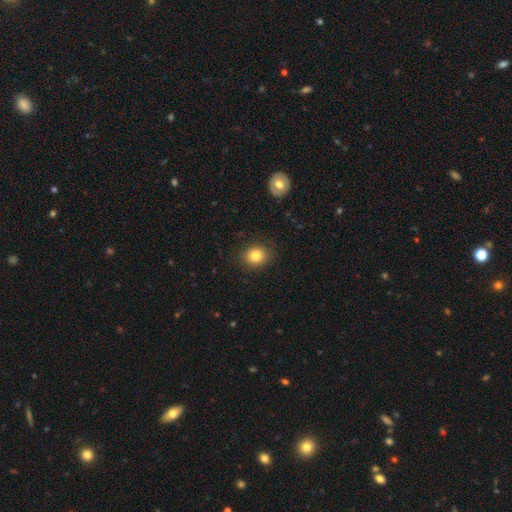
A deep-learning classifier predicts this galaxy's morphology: A smooth galaxy with no disk features (82%) that is round (64%).

Vote fractions:
- Smooth or featured? smooth: 82% / star or artifact: 10% / featured or disk: 8%
- How rounded? round: 64% / in between: 35% / cigar-shaped: 1%
- Merging? none: 87% / minor disturbance: 9% / major disturbance: 3% / merger: 1%